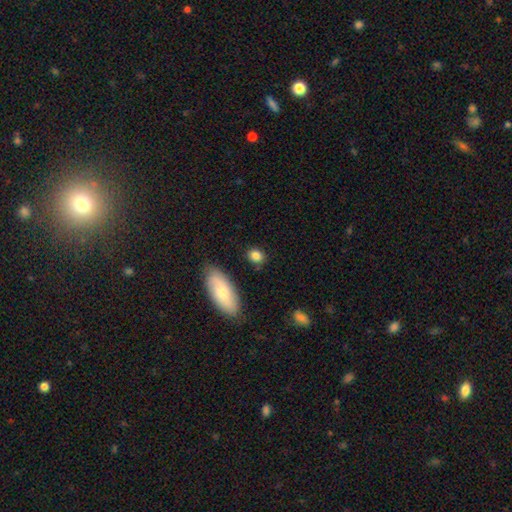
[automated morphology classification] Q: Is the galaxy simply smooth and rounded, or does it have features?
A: smooth — 84%.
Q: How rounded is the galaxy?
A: round — 53%.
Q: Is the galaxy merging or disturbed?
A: none — 82%.